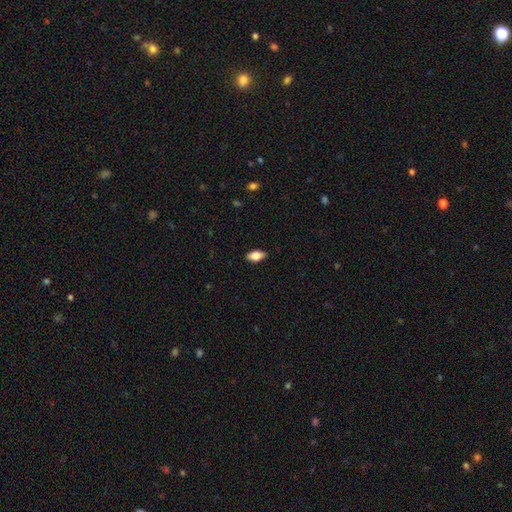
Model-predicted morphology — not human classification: A smooth galaxy with no disk features (76%) that is in between round and cigar-shaped (89%). Merging: none (86%).